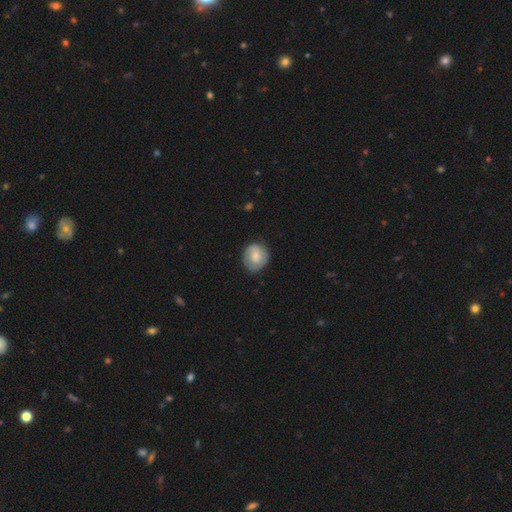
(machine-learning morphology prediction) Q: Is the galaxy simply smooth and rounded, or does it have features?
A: smooth — 67%.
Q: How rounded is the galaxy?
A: round — 78%.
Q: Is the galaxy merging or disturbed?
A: none — 79%.